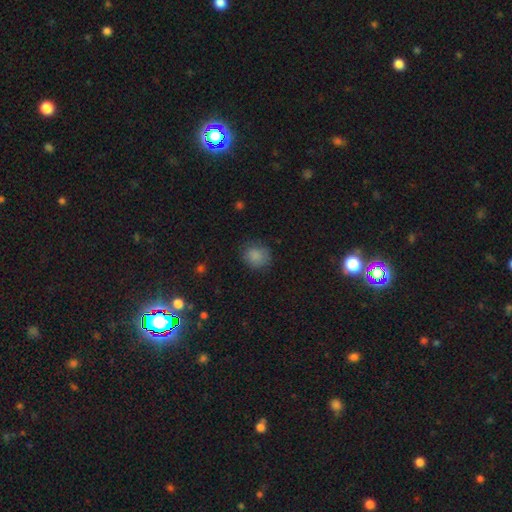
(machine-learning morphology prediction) smooth-or-featured: smooth: 83% | star or artifact: 10% | featured or disk: 6%
  how-rounded: round: 78% | in between: 21% | cigar-shaped: 1%
  merging: none: 75% | minor disturbance: 18% | major disturbance: 5% | merger: 1%